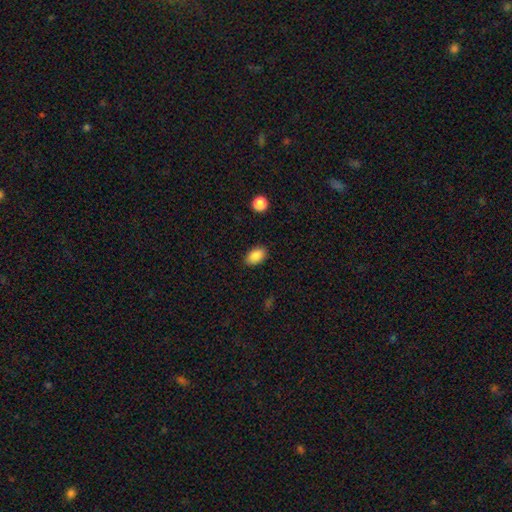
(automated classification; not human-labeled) Morphology: type=smooth (88%); roundness=in between (91%); merging=none (88%).